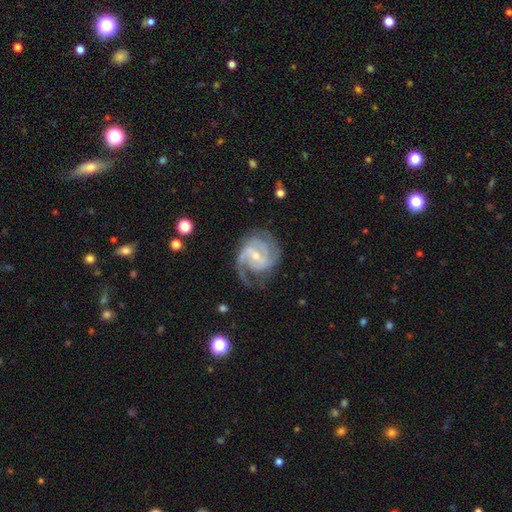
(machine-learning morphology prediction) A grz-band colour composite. It shows a featured or disk galaxy (90%) with a weak bar (52%), 2 (51%) medium (49%) spiral arms (97%) and a small central bulge (61%). Merging: none (65%).